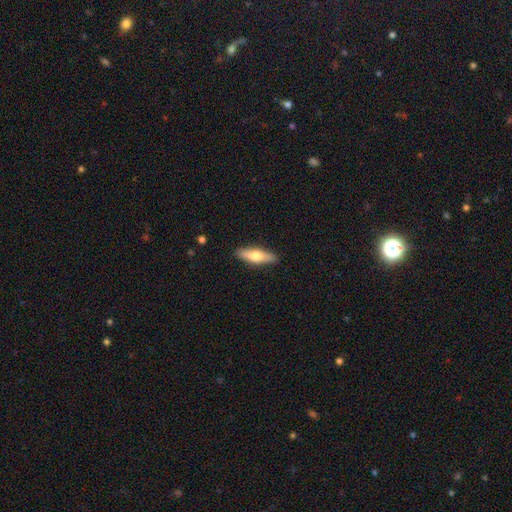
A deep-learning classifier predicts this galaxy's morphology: smooth_or_featured: smooth (p=0.63) [alt: featured or disk p=0.31]
how_rounded: cigar-shaped (p=0.57) [alt: in between p=0.41]
merging: none (p=0.89) [alt: minor disturbance p=0.08]